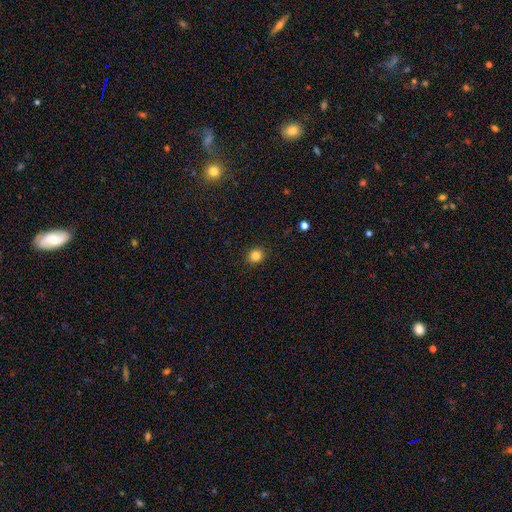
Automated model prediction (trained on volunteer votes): A smooth galaxy with no disk features (84%) that is round (85%). Merging: none (91%).